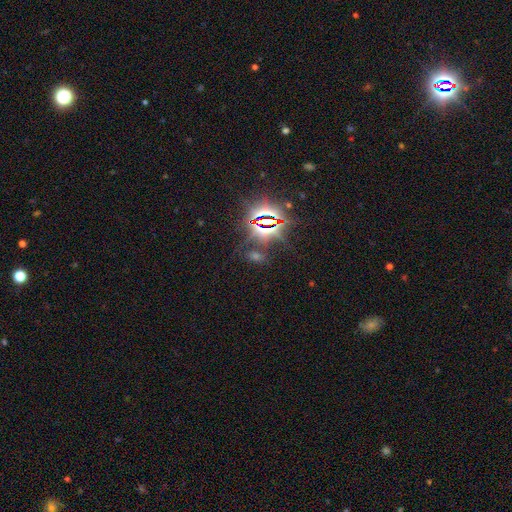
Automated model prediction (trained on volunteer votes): A star or artifact, not a galaxy (72%).